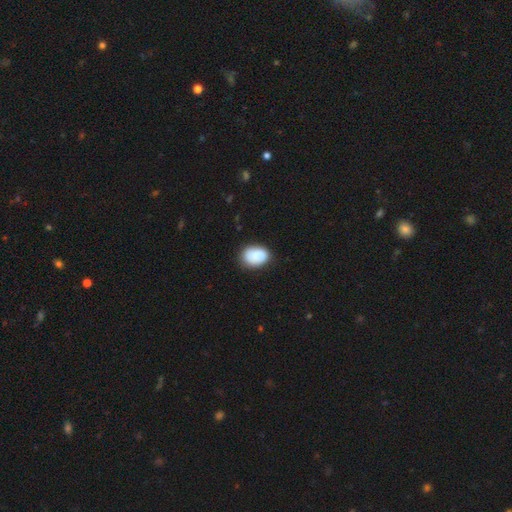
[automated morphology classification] Smooth or featured? smooth (84%)
How rounded? in between (73%)
Merging? none (79%)